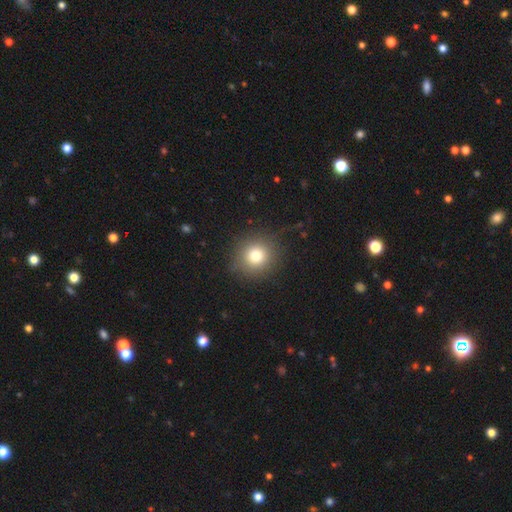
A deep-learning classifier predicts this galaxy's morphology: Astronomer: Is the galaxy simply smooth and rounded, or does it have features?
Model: smooth — 78%.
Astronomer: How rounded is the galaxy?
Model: round — 89%.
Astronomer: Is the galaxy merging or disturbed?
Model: none — 84%.